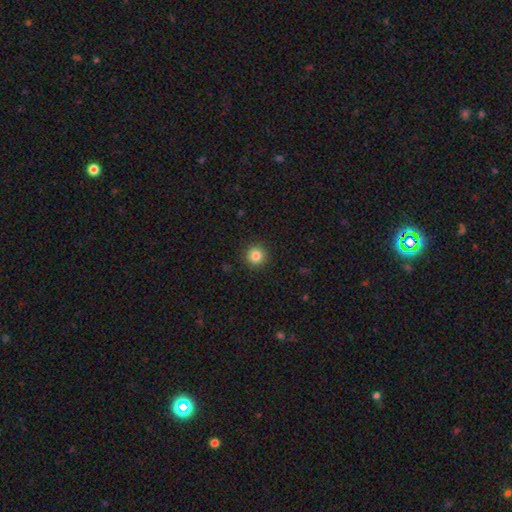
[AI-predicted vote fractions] A smooth galaxy with no disk features (84%) that is round (95%). Merging: none (92%).